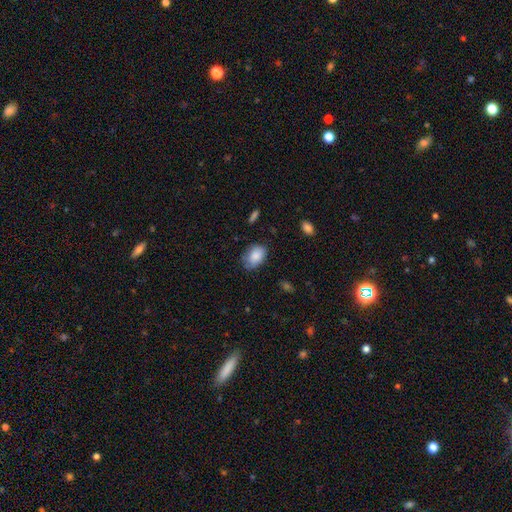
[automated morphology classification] A smooth galaxy with no disk features (85%) that is in between round and cigar-shaped (83%).

Vote fractions:
- Smooth or featured? smooth: 85% / featured or disk: 7% / star or artifact: 7%
- How rounded? in between: 83% / round: 16% / cigar-shaped: 1%
- Merging? none: 69% / minor disturbance: 24% / major disturbance: 5% / merger: 2%